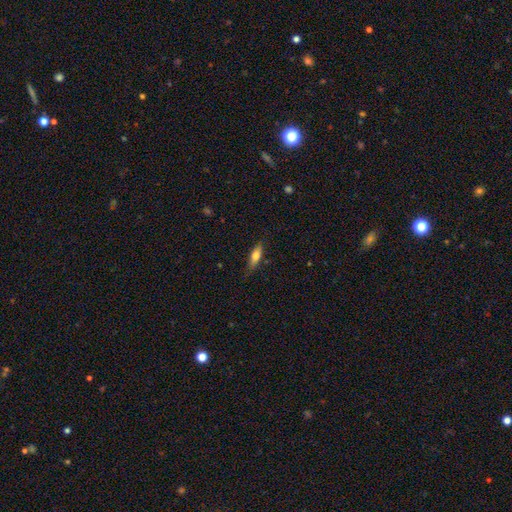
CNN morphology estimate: smooth-or-featured: smooth: 66% | featured or disk: 28% | star or artifact: 7%
  how-rounded: in between: 49% | cigar-shaped: 48% | round: 3%
  merging: none: 77% | minor disturbance: 18% | major disturbance: 4% | merger: 1%